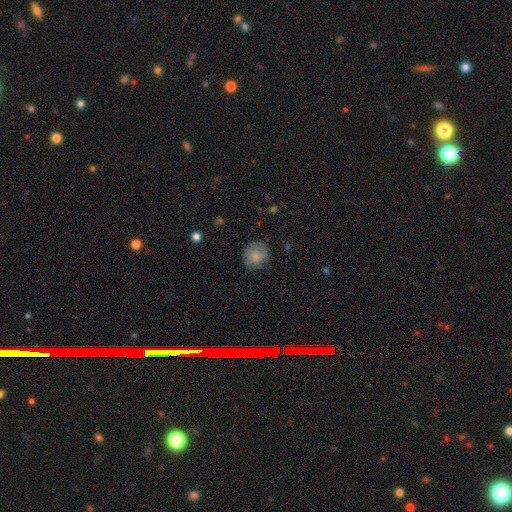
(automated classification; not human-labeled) A smooth galaxy with no disk features (71%) that is round (84%).

Vote fractions:
- Smooth or featured? smooth: 71% / featured or disk: 21% / star or artifact: 8%
- How rounded? round: 84% / in between: 15% / cigar-shaped: 1%
- Merging? none: 74% / minor disturbance: 19% / major disturbance: 6% / merger: 1%